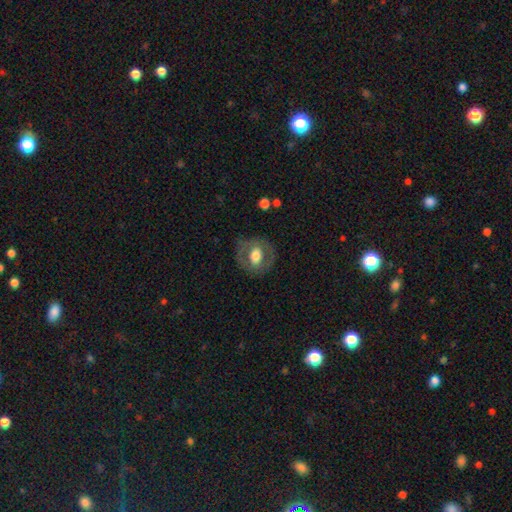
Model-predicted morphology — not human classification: The model was most divided on "smooth or featured": smooth: 47%, featured or disk: 46%, star or artifact: 7%. More confident: merging — none (77%).